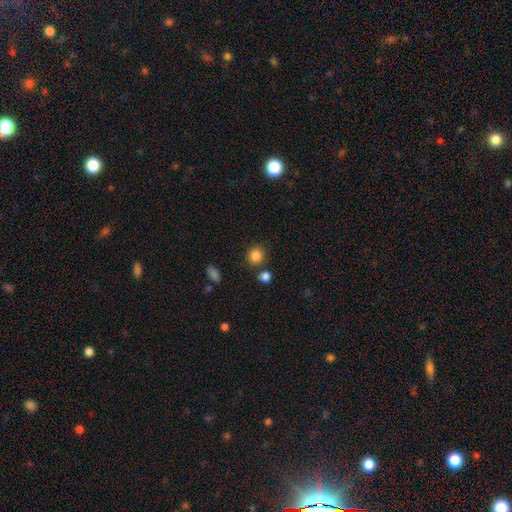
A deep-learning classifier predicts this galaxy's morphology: This is clearly a smooth galaxy (85%). How rounded: clearly round (88%). Merging: clearly none (81%).